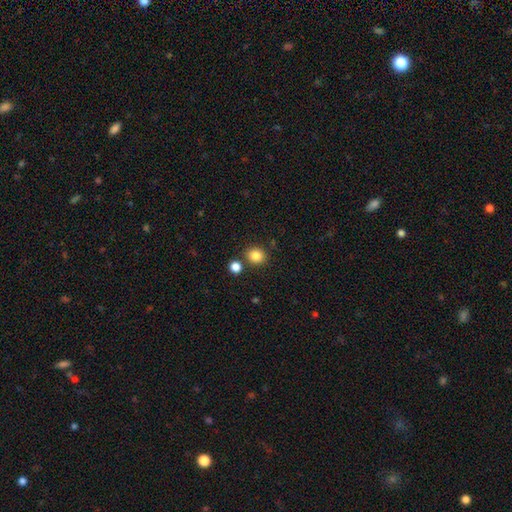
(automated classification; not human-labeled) smooth 84%, star or artifact 11%, featured or disk 5%. Down the decision tree: how rounded — round (77%); merging — none (81%).